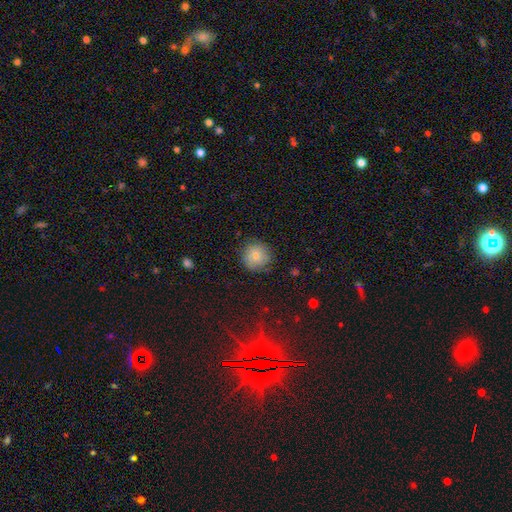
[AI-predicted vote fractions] This is likely a smooth galaxy (76%). How rounded: clearly round (92%). Merging: clearly none (80%).